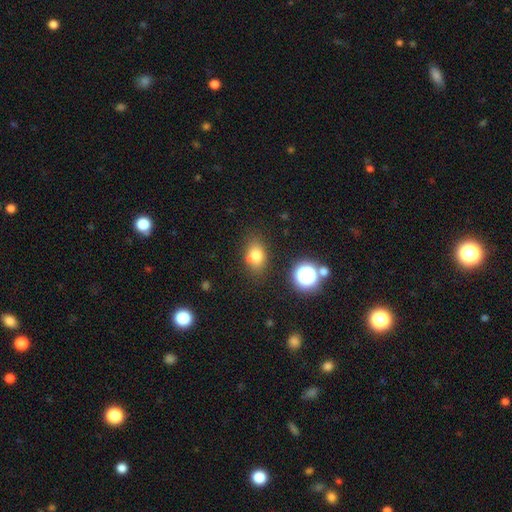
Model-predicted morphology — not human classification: Overall: smooth (77%). How rounded: in between (69%). Merging: none (75%).